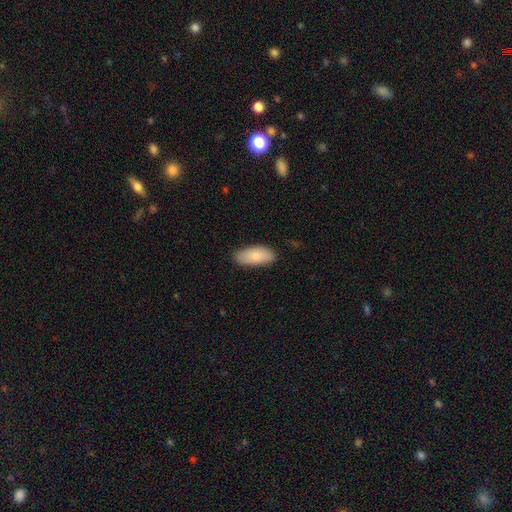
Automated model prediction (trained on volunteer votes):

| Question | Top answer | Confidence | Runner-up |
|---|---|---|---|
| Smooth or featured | smooth | 85% | featured or disk (9%) |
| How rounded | in between | 88% | cigar-shaped (10%) |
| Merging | none | 84% | minor disturbance (13%) |